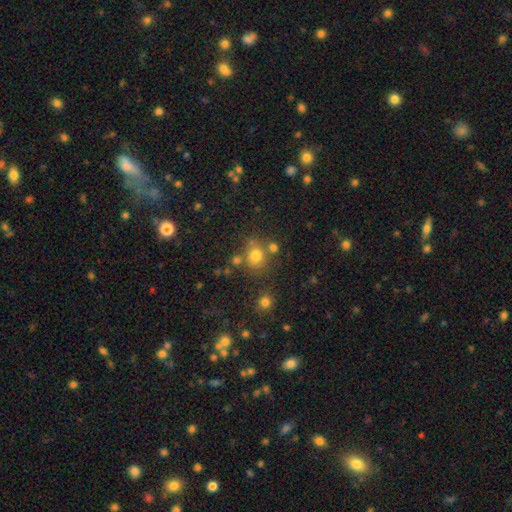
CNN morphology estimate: Smooth or featured? smooth (75%)
How rounded? round (76%)
Merging? none (69%)